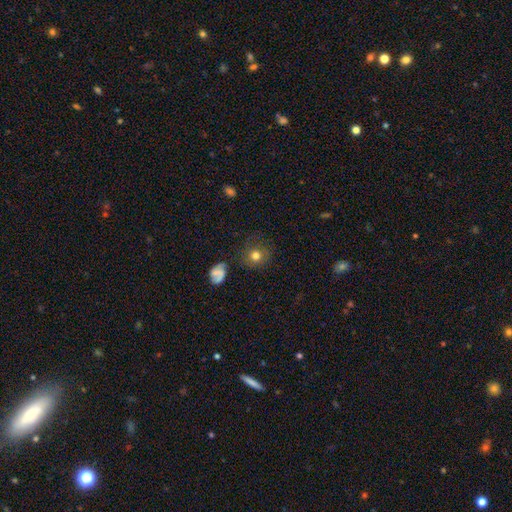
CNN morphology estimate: Smooth or featured? smooth (74%)
How rounded? round (86%)
Merging? none (79%)